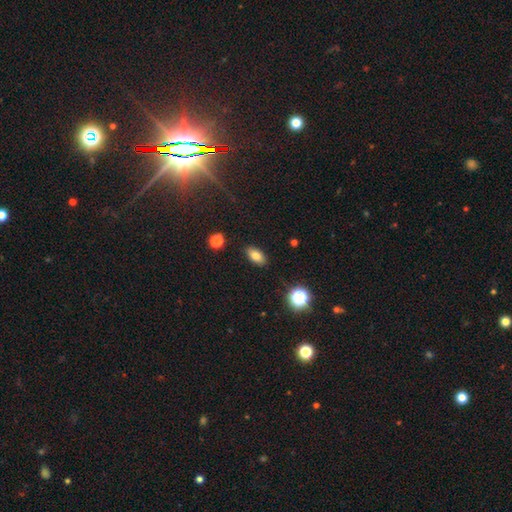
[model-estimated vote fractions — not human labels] Morphology: type=smooth (79%); roundness=in between (87%); merging=none (88%).